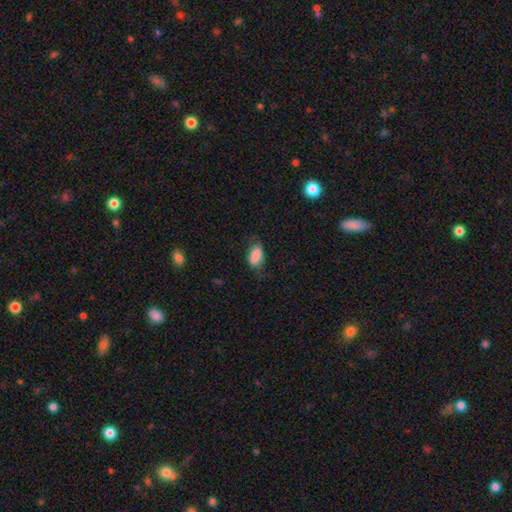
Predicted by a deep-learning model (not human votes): smooth 82%, featured or disk 10%, star or artifact 8%. Down the decision tree: how rounded — in between (90%); merging — none (56%).